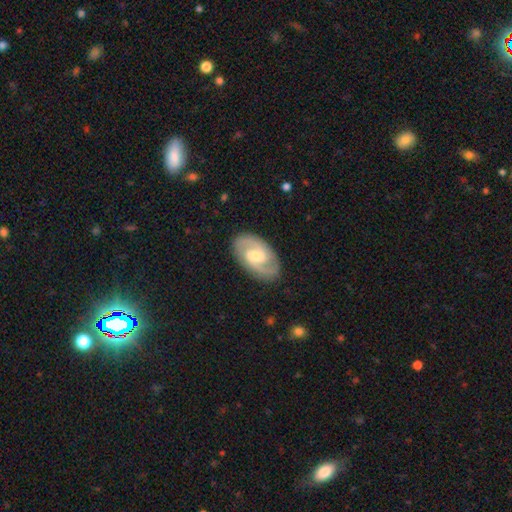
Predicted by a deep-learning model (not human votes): A featured or disk galaxy (82%) with a weak bar (59%), 2 (89%) medium (51%) spiral arms (95%) and a moderate central bulge (50%).

Vote fractions:
- Smooth or featured? featured or disk: 82% / smooth: 14% / star or artifact: 5%
- Edge-on disk? no: 96% / yes: 4%
- Bar? weak: 59% / strong: 21% / no: 20%
- Spiral arms? yes: 95% / no: 5%
- Spiral winding? medium: 51% / tight: 35% / loose: 14%
- Spiral arm count? 2: 89% / can't tell: 5% / 3: 2% / 1: 1% / 4: 1% / more than 4: 1%
- Bulge size? moderate: 50% / small: 39% / large: 6% / none: 4% / dominant: 1%
- Merging? none: 85% / minor disturbance: 11% / major disturbance: 3% / merger: 1%